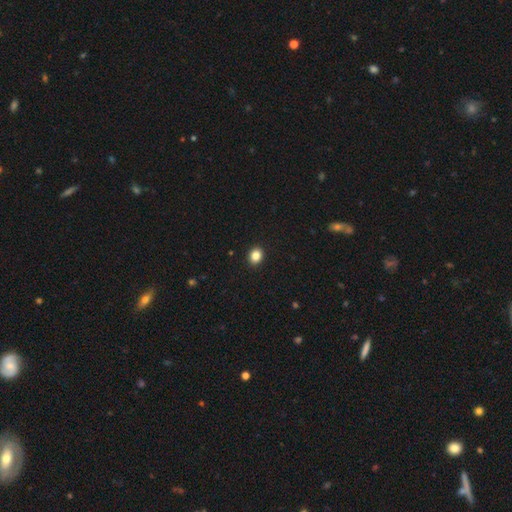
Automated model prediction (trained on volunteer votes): Q: Smooth or featured?
A: smooth (85%); runner-up: star or artifact (10%)
Q: How rounded?
A: round (57%); runner-up: in between (42%)
Q: Merging?
A: none (92%); runner-up: minor disturbance (5%)